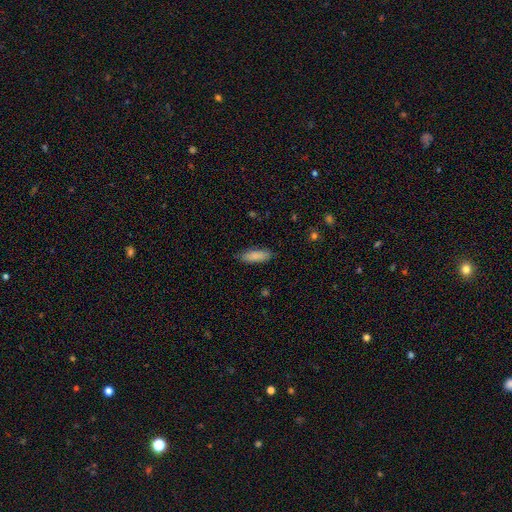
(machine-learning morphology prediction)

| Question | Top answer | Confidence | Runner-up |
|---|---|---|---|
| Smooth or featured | smooth | 87% | featured or disk (7%) |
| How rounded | in between | 63% | cigar-shaped (35%) |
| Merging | none | 84% | minor disturbance (13%) |